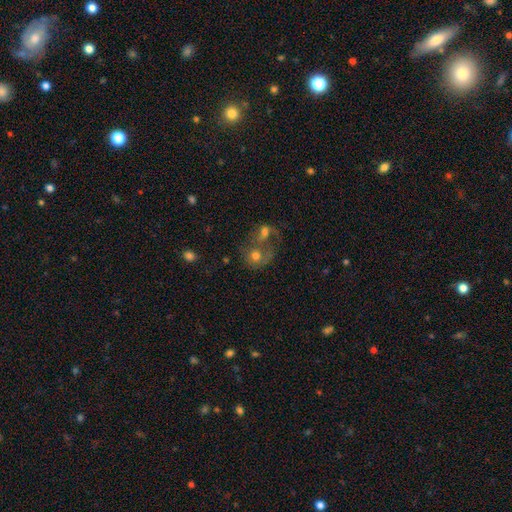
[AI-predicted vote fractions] This is marginally a smooth galaxy (45%). Merging: possibly merger (57%).